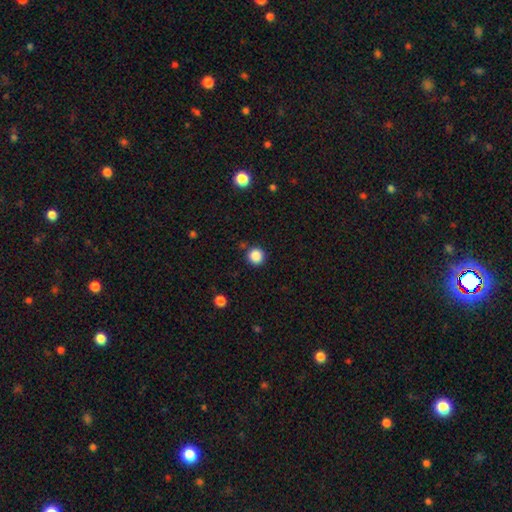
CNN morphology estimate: This appears to be a smooth galaxy with no disk features (87%) that is round (94%). Merging: none (87%).